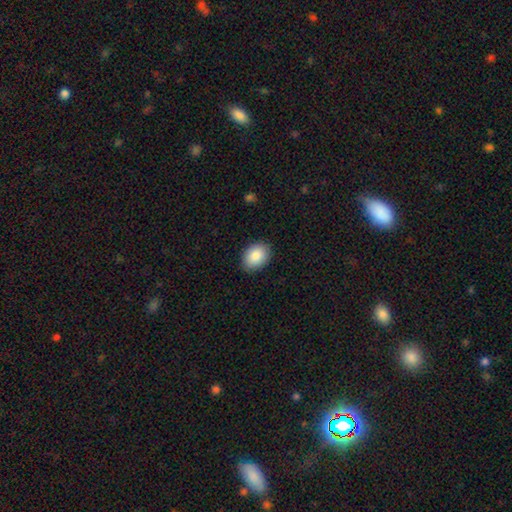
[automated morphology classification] Overall: smooth (88%). How rounded: in between (79%). Merging: none (87%).